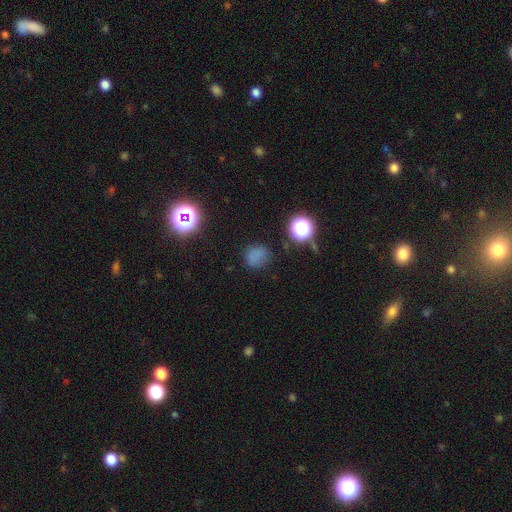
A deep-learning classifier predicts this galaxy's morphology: Smooth or featured? smooth (68%)
How rounded? round (74%)
Merging? none (70%)